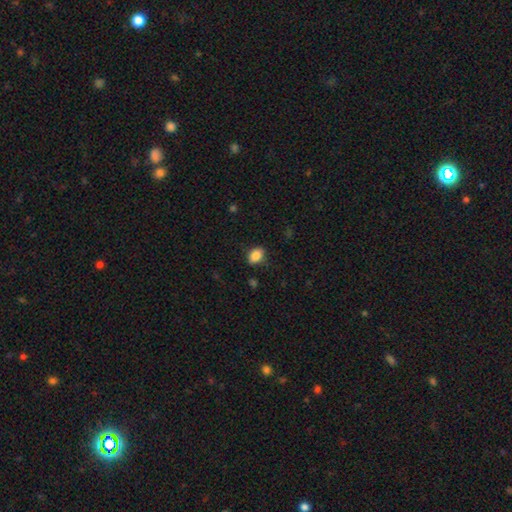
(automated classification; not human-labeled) smooth-or-featured: smooth: 87% | star or artifact: 9% | featured or disk: 5%
  how-rounded: in between: 79% | round: 19% | cigar-shaped: 1%
  merging: none: 84% | minor disturbance: 12% | major disturbance: 3% | merger: 1%